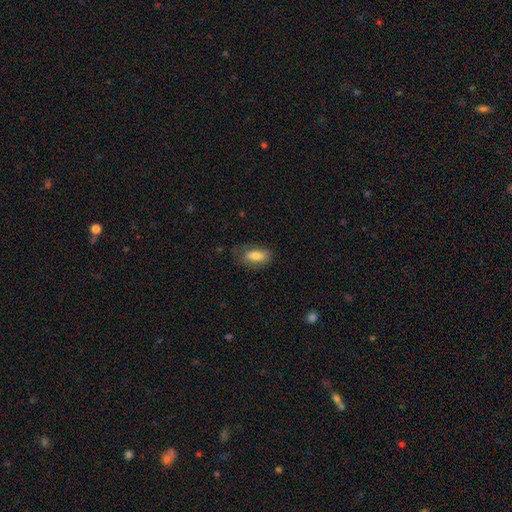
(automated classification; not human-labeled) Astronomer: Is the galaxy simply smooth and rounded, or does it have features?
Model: smooth — 79%.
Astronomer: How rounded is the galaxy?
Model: in between — 85%.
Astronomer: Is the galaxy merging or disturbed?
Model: none — 69%.